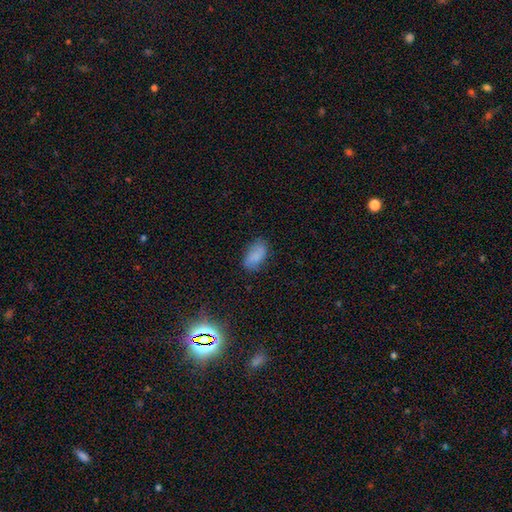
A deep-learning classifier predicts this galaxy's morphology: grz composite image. It shows a smooth galaxy with no disk features (79%) that is in between round and cigar-shaped (93%). Merging: none (76%).